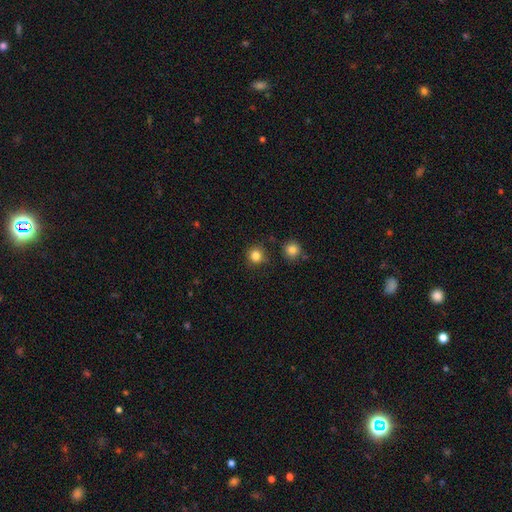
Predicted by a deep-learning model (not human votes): smooth_or_featured: smooth (p=0.83) [alt: star or artifact p=0.12]
how_rounded: round (p=0.93) [alt: in between p=0.06]
merging: none (p=0.85) [alt: minor disturbance p=0.09]